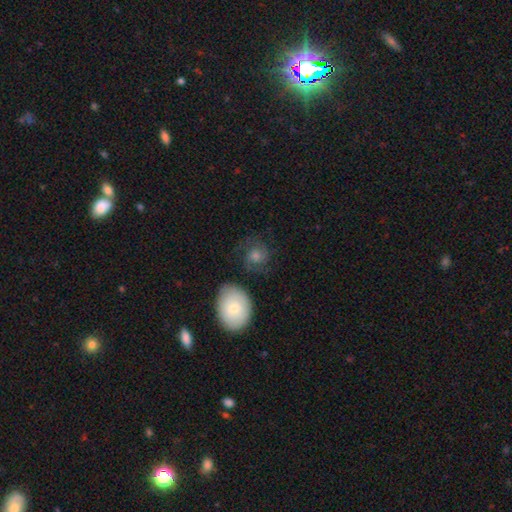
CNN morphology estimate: The model was most divided on "smooth or featured" (2-way tie): featured or disk: 44%, smooth: 44%, star or artifact: 11%. More confident: merging — none (68%).